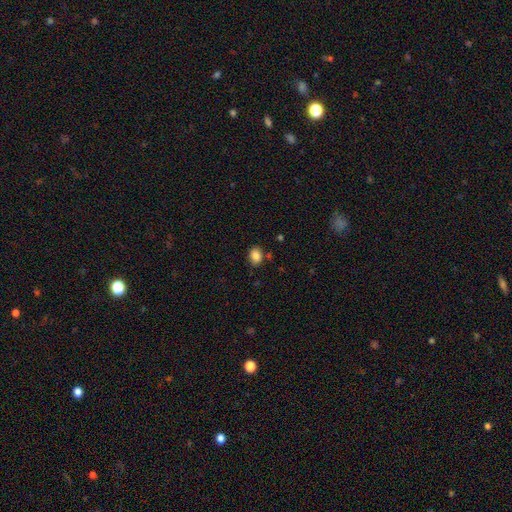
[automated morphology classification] This is clearly a smooth galaxy (86%). How rounded: likely in between (68%). Merging: clearly none (81%).